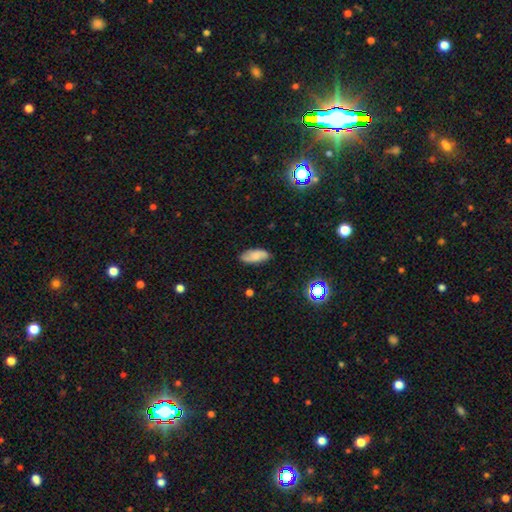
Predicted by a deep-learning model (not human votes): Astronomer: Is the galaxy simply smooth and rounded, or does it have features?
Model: smooth — 67%.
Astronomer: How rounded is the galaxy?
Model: in between — 85%.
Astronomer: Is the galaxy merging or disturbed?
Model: none — 81%.